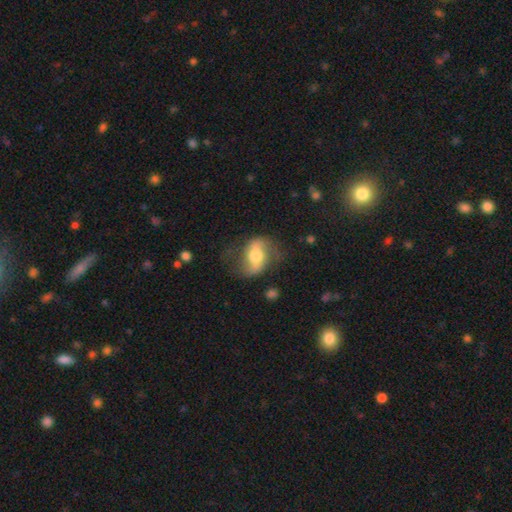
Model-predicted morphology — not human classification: Smooth or featured: featured or disk — 61% (smooth — 32%)
Edge-on disk: no — 93% (yes — 7%)
Bar: weak — 38% (no — 33%)
Spiral arms: yes — 80% (no — 20%)
Bulge size: moderate — 59% (large — 22%)
Merging: none — 58% (minor disturbance — 22%)